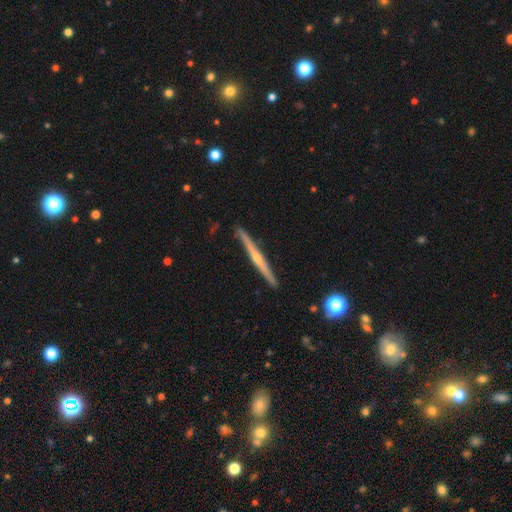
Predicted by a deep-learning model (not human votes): Overall: featured or disk (78%). Edge-on disk: yes (98%). Edge-on bulge: rounded (78%). Merging: none (90%).